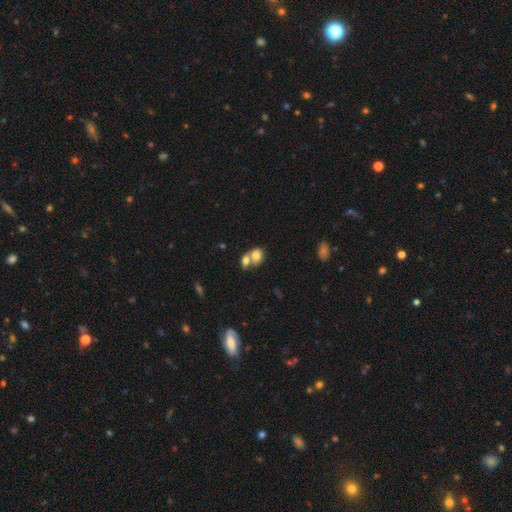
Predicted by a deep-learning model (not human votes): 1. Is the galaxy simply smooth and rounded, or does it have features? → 77% smooth, 14% featured or disk, 9% star or artifact.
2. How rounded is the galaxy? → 60% in between, 38% round, 1% cigar-shaped.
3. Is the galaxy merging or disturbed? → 63% merger, 26% none, 8% minor disturbance, 4% major disturbance.